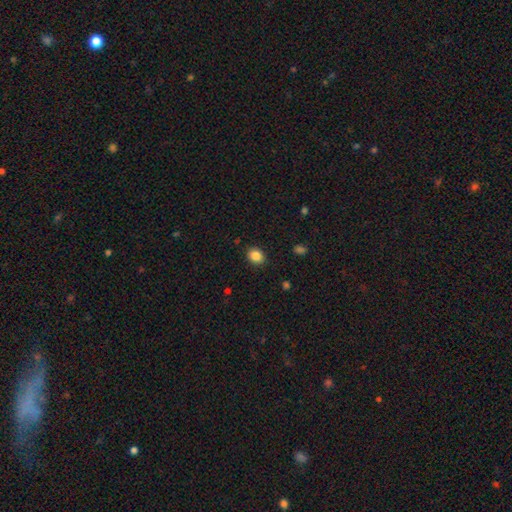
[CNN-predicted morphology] smooth_or_featured: smooth (p=0.86) [alt: star or artifact p=0.09]
how_rounded: in between (p=0.50) [alt: round p=0.49]
merging: none (p=0.89) [alt: minor disturbance p=0.08]